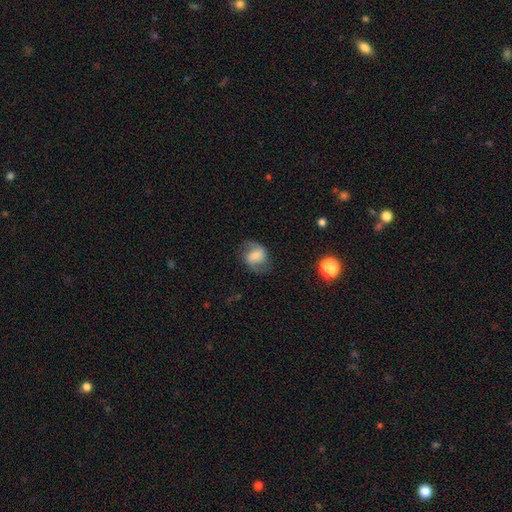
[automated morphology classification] A featured or disk galaxy (59%) with no bar (42%), 2 (90%) medium (46%) spiral arms (91%) and a small central bulge (34%).

Vote fractions:
- Smooth or featured? featured or disk: 59% / smooth: 32% / star or artifact: 9%
- Edge-on disk? no: 97% / yes: 3%
- Bar? no: 42% / weak: 39% / strong: 18%
- Spiral arms? yes: 91% / no: 9%
- Spiral winding? medium: 46% / loose: 38% / tight: 15%
- Spiral arm count? 2: 90% / can't tell: 4% / 1: 3% / 3: 1% / 4: 1% / more than 4: 1%
- Bulge size? small: 34% / moderate: 28% / none: 18% / large: 15% / dominant: 5%
- Merging? none: 71% / minor disturbance: 18% / major disturbance: 10% / merger: 1%